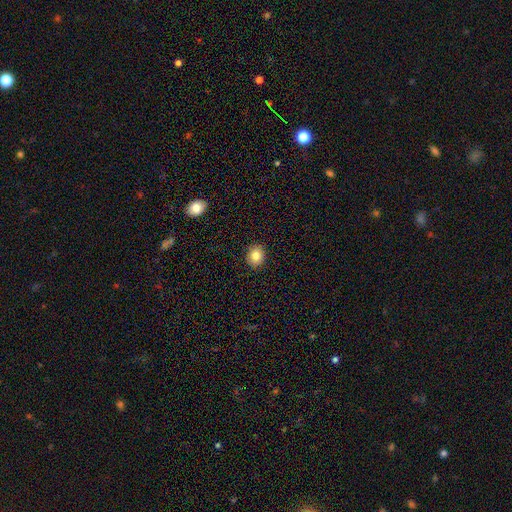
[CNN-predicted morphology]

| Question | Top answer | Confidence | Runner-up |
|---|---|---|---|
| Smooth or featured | smooth | 82% | star or artifact (9%) |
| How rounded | round | 70% | in between (29%) |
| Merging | none | 92% | minor disturbance (6%) |